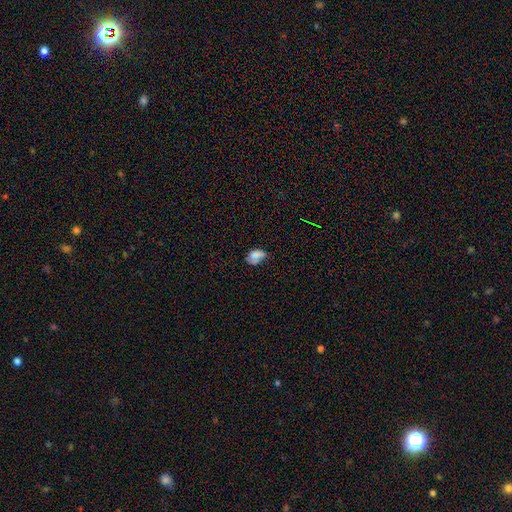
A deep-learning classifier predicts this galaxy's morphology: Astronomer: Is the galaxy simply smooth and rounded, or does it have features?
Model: smooth — 74%.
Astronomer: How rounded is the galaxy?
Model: in between — 86%.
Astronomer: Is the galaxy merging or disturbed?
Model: minor disturbance — 39% (runner-up: none, 36%).